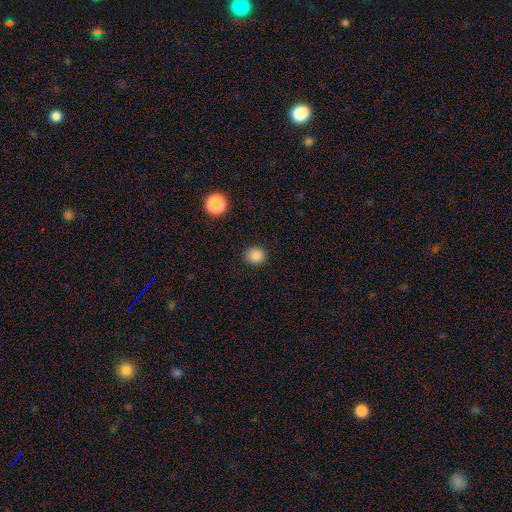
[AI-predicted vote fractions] A smooth galaxy with no disk features (86%) that is round (83%).

Vote fractions:
- Smooth or featured? smooth: 86% / star or artifact: 11% / featured or disk: 3%
- How rounded? round: 83% / in between: 16% / cigar-shaped: 1%
- Merging? none: 89% / minor disturbance: 7% / major disturbance: 2% / merger: 1%